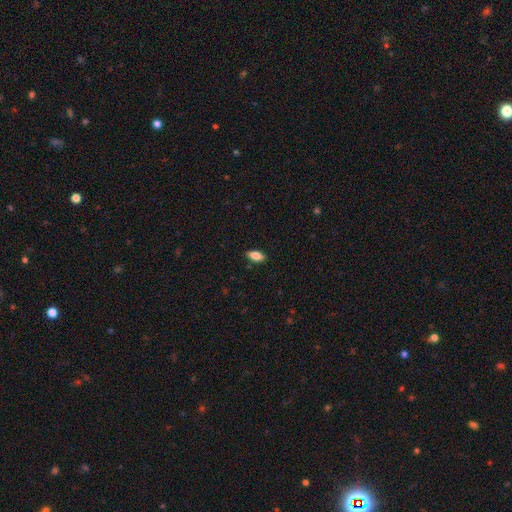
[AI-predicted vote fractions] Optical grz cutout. It shows a smooth galaxy with no disk features (81%) that is in between round and cigar-shaped (87%). Merging: none (88%).